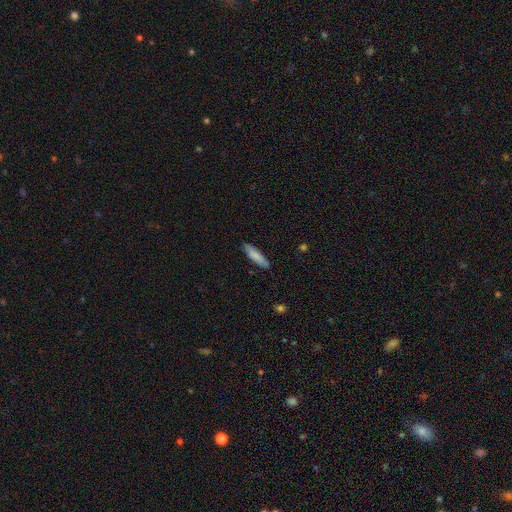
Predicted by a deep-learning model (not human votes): smooth-or-featured: smooth: 81% | featured or disk: 14% | star or artifact: 6%
  how-rounded: cigar-shaped: 72% | in between: 27% | round: 1%
  merging: none: 84% | minor disturbance: 13% | major disturbance: 2% | merger: 1%